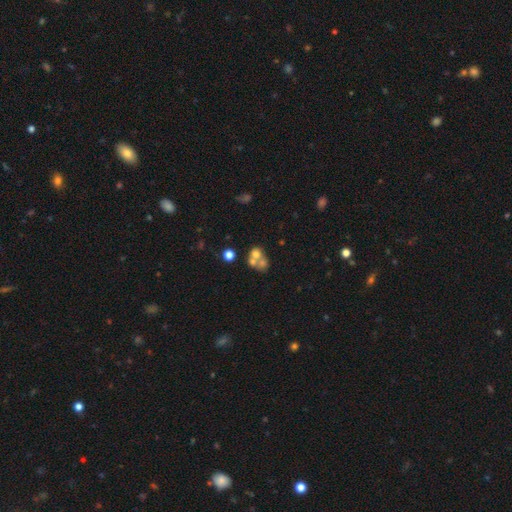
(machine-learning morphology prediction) Overall: smooth (57%; featured or disk 29%). How rounded: round (66%; in between 33%). Merging: merger (61%; none 26%).